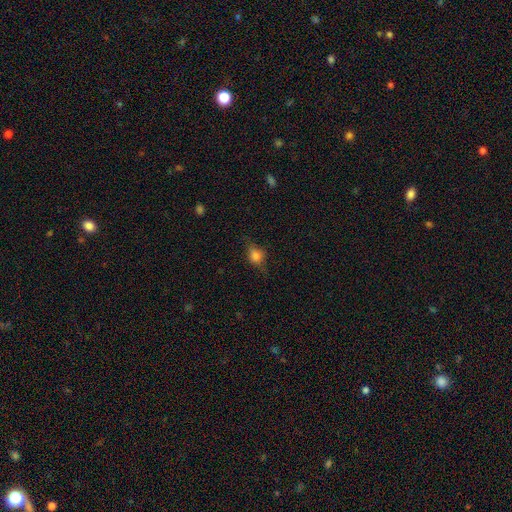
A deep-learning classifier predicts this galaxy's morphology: smooth-or-featured: smooth: 73% | featured or disk: 16% | star or artifact: 11%
  how-rounded: round: 53% | in between: 43% | cigar-shaped: 3%
  merging: none: 68% | minor disturbance: 23% | major disturbance: 8% | merger: 1%